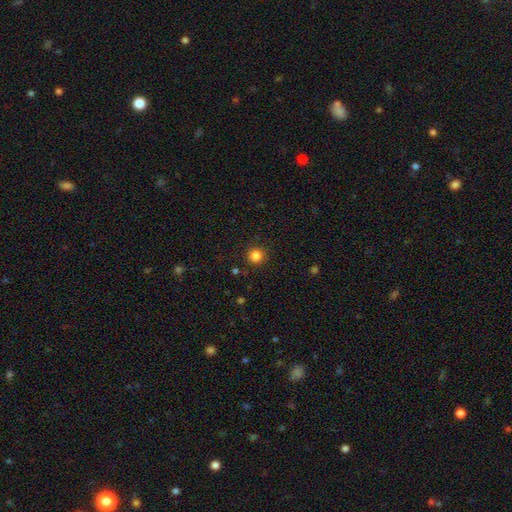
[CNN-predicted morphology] smooth-or-featured: smooth: 84% | star or artifact: 12% | featured or disk: 4%
  how-rounded: round: 95% | in between: 4% | cigar-shaped: 1%
  merging: none: 91% | minor disturbance: 6% | major disturbance: 2% | merger: 1%